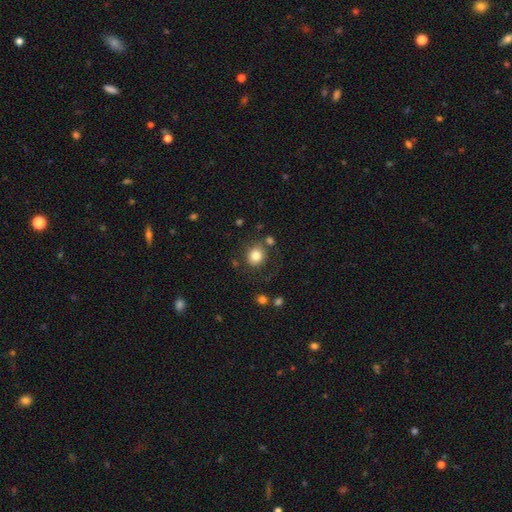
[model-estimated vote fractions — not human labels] smooth-or-featured: smooth: 81% | star or artifact: 11% | featured or disk: 8%
  how-rounded: round: 84% | in between: 15% | cigar-shaped: 1%
  merging: none: 77% | minor disturbance: 11% | merger: 6% | major disturbance: 5%